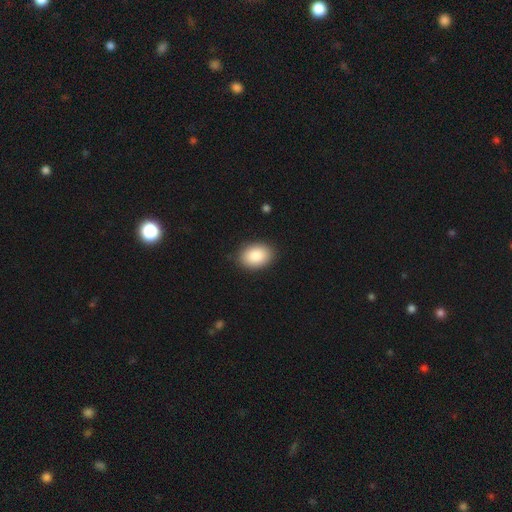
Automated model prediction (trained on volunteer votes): smooth 89%, star or artifact 6%, featured or disk 5%. Down the decision tree: how rounded — in between (82%); merging — none (88%).